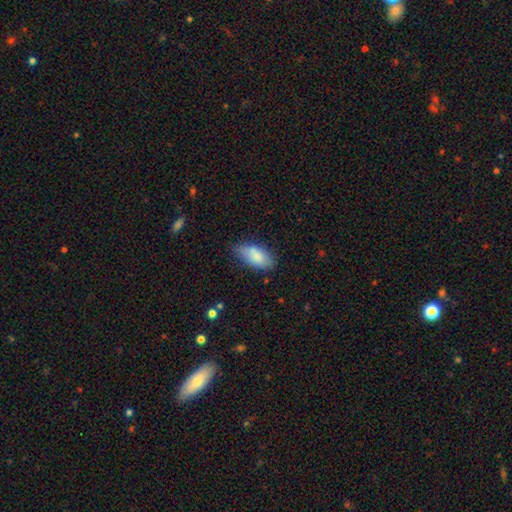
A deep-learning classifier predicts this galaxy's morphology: Smooth or featured? Predicted: smooth (p=0.84). How rounded? Predicted: in between (p=0.90). Merging? Predicted: none (p=0.67).